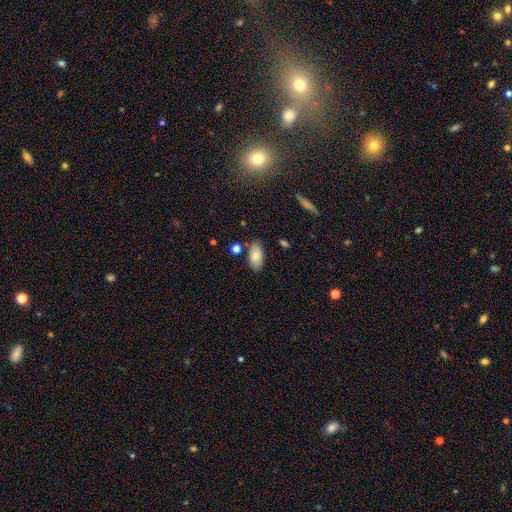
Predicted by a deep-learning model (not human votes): Overall: smooth (81%). How rounded: in between (94%). Merging: none (81%).